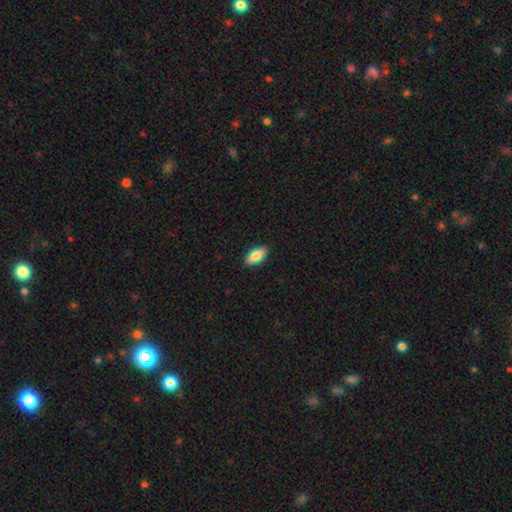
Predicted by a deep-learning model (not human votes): Smooth or featured: smooth — 84% (featured or disk — 10%)
How rounded: in between — 89% (cigar-shaped — 9%)
Merging: none — 89% (minor disturbance — 8%)